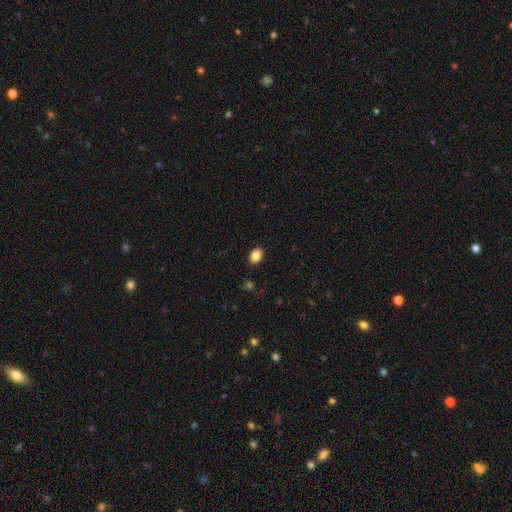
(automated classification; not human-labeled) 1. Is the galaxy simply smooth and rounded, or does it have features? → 87% smooth, 9% star or artifact, 5% featured or disk.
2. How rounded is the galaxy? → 80% in between, 19% round, 1% cigar-shaped.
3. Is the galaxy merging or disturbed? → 89% none, 8% minor disturbance, 2% major disturbance, 1% merger.